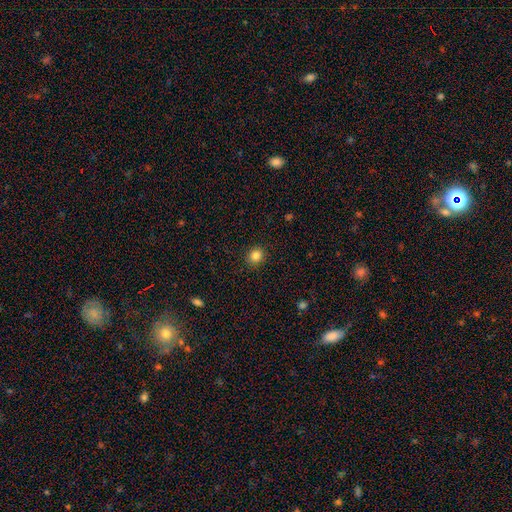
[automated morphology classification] Smooth or featured?
  - smooth: 84% *
  - star or artifact: 11%
  - featured or disk: 4%
How rounded?
  - round: 82% *
  - in between: 17%
  - cigar-shaped: 1%
Merging?
  - none: 91% *
  - minor disturbance: 6%
  - major disturbance: 2%
  - merger: 1%